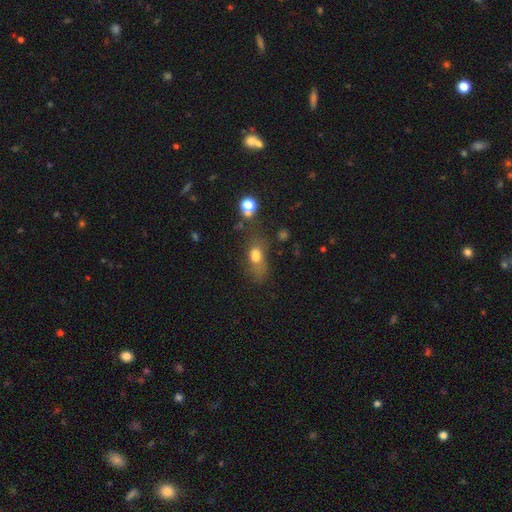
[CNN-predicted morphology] smooth_or_featured: smooth (p=0.70) [alt: featured or disk p=0.16]
how_rounded: in between (p=0.74) [alt: round p=0.17]
merging: none (p=0.43) [alt: minor disturbance p=0.25]